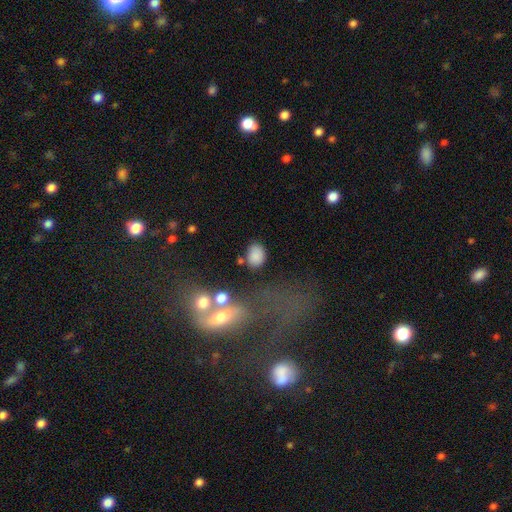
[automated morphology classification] This is clearly a smooth galaxy (82%). How rounded: likely in between (66%). Merging: likely none (72%).